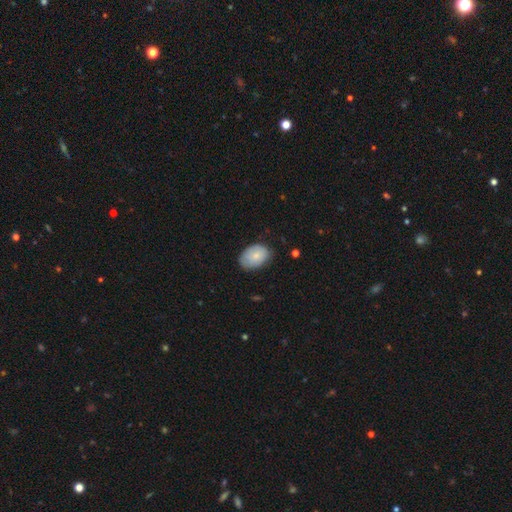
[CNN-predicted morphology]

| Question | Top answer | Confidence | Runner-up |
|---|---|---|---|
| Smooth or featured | smooth | 78% | featured or disk (16%) |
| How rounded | in between | 84% | round (15%) |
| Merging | none | 74% | minor disturbance (22%) |